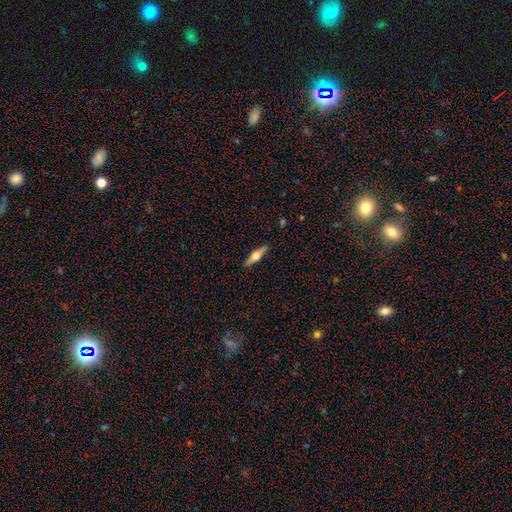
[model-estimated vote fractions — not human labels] featured or disk 60%, smooth 35%, star or artifact 6%. Down the decision tree: edge-on disk — yes (96%); edge-on bulge — rounded (95%); merging — none (91%).